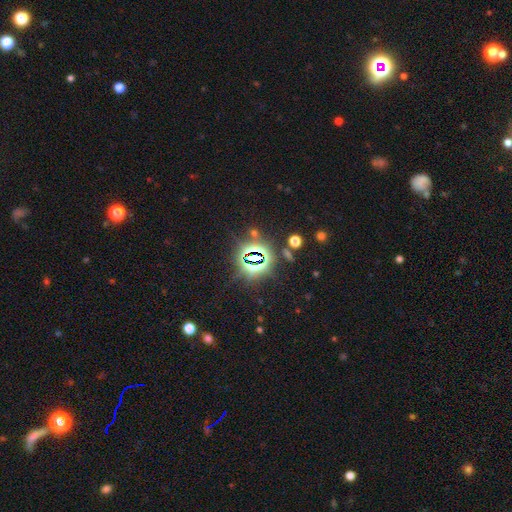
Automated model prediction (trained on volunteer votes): Morphology: type=star or artifact (83%).